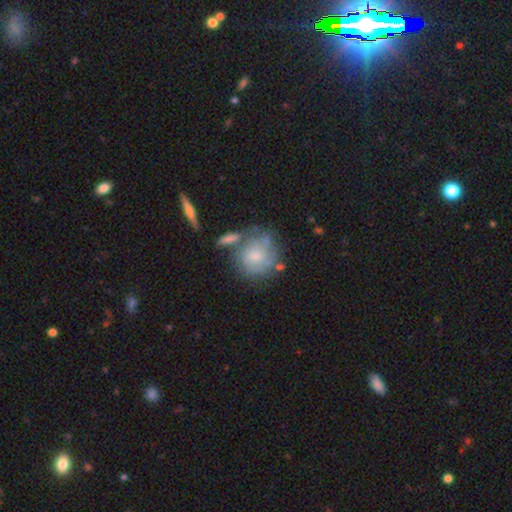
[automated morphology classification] smooth_or_featured: smooth (p=0.57) [alt: featured or disk p=0.35]
how_rounded: round (p=0.81) [alt: in between p=0.18]
merging: none (p=0.51) [alt: minor disturbance p=0.22]